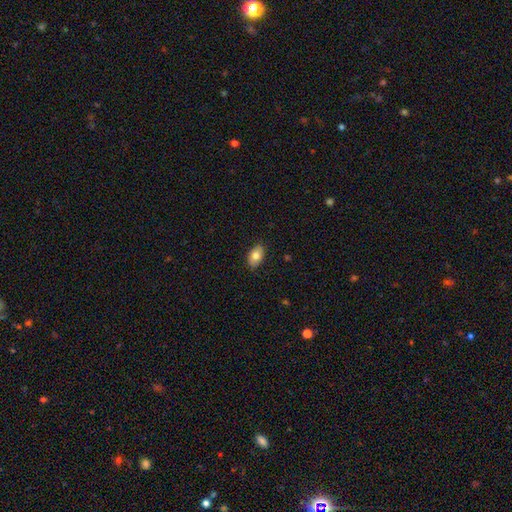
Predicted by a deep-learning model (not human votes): Smooth or featured?
  - smooth: 79% *
  - featured or disk: 14%
  - star or artifact: 7%
How rounded?
  - in between: 91% *
  - round: 8%
  - cigar-shaped: 2%
Merging?
  - none: 87% *
  - minor disturbance: 10%
  - major disturbance: 2%
  - merger: 1%